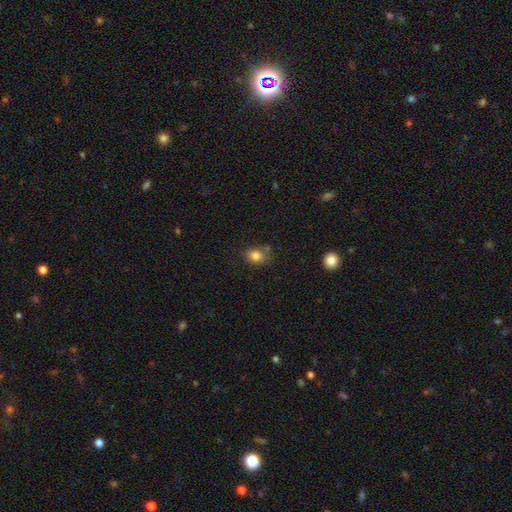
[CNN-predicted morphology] smooth-or-featured: smooth: 82% | star or artifact: 11% | featured or disk: 7%
  how-rounded: in between: 53% | round: 46% | cigar-shaped: 1%
  merging: none: 67% | minor disturbance: 19% | merger: 9% | major disturbance: 5%